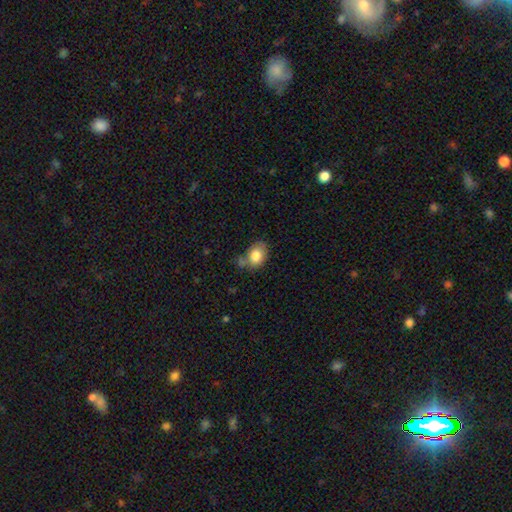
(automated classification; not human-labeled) Smooth or featured: smooth — 81% (featured or disk — 11%)
How rounded: in between — 71% (round — 28%)
Merging: none — 51% (minor disturbance — 28%)